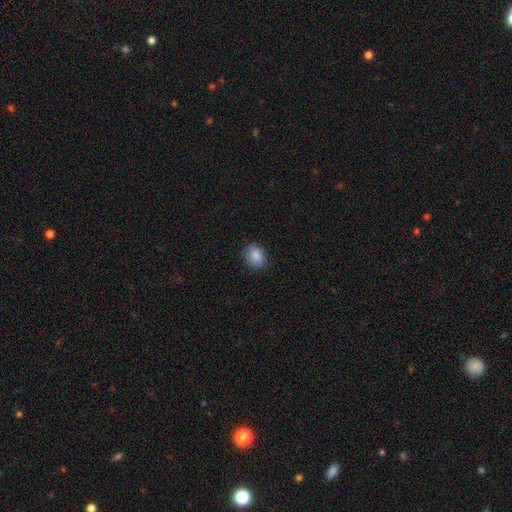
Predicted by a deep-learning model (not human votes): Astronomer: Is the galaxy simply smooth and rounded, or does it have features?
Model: smooth — 86%.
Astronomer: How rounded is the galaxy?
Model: in between — 63%.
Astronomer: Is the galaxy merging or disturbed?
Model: none — 78%.